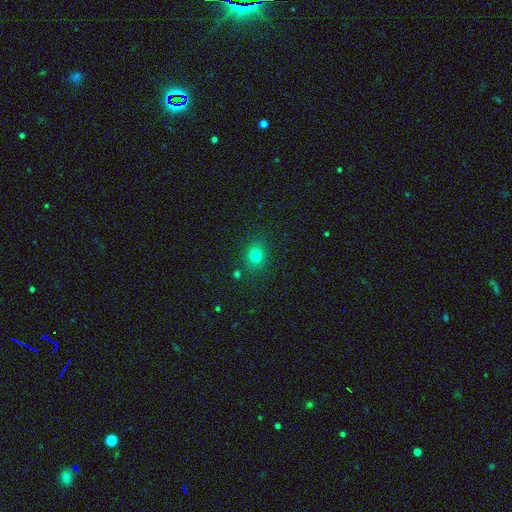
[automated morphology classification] Q: Smooth or featured?
A: smooth (77%); runner-up: star or artifact (16%)
Q: How rounded?
A: round (66%); runner-up: in between (33%)
Q: Merging?
A: none (84%); runner-up: minor disturbance (10%)